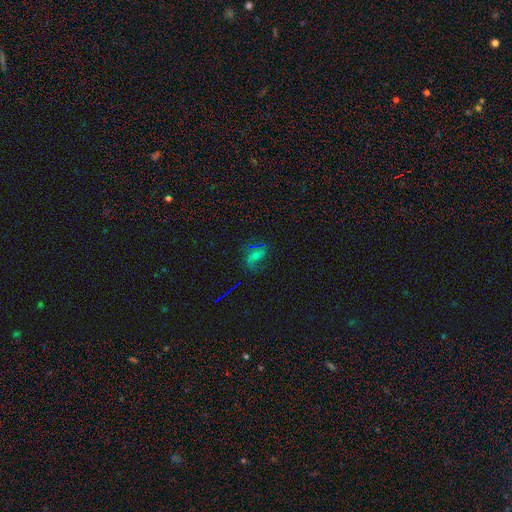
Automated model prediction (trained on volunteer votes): The model was most divided on "smooth or featured": featured or disk: 50%, star or artifact: 28%, smooth: 22%. More confident: edge-on disk — no (95%); merging — none (59%).